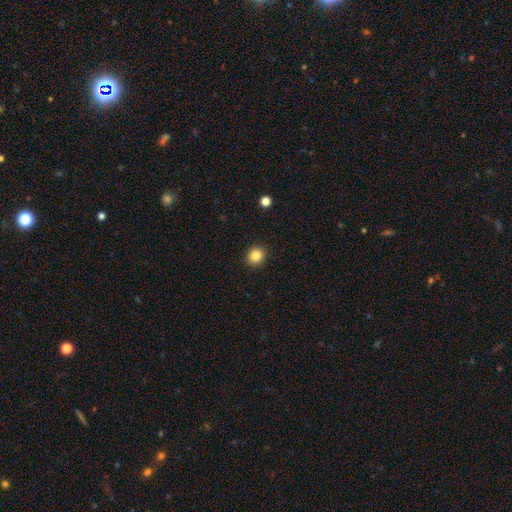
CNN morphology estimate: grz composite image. It shows a smooth galaxy with no disk features (85%) that is round (87%). Merging: none (92%).